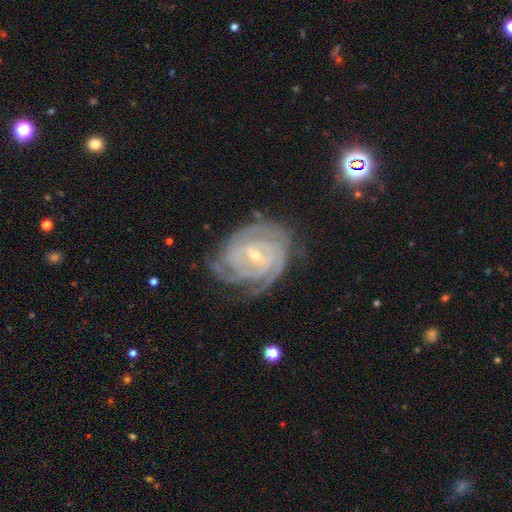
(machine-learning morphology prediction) Smooth or featured?
  - featured or disk: 91% *
  - star or artifact: 5%
  - smooth: 4%
Edge-on disk?
  - no: 97% *
  - yes: 3%
Bar?
  - weak: 50% *
  - strong: 28%
  - no: 22%
Spiral arms?
  - yes: 98% *
  - no: 2%
Spiral winding?
  - tight: 80% *
  - medium: 18%
  - loose: 2%
Spiral arm count?
  - 3: 27% *
  - 4: 23%
  - 2: 19%
  - can't tell: 18%
  - more than 4: 7%
  - 1: 6%
Bulge size?
  - small: 67% *
  - moderate: 30%
  - none: 1%
  - large: 1%
  - dominant: 1%
Merging?
  - none: 73% *
  - minor disturbance: 19%
  - major disturbance: 7%
  - merger: 2%